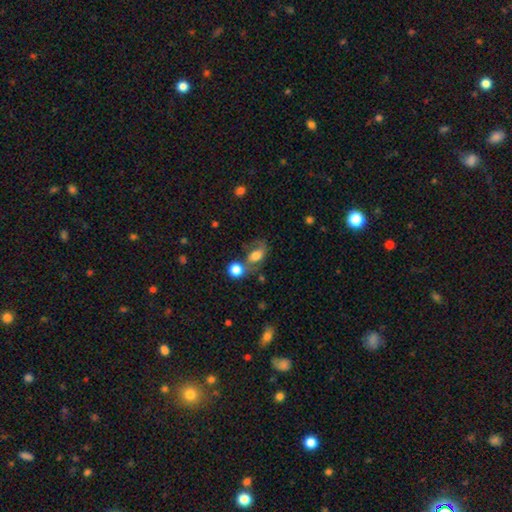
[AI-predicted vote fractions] This appears to be a smooth galaxy with no disk features (62%) that is in between round and cigar-shaped (76%). Merging: none (38%).